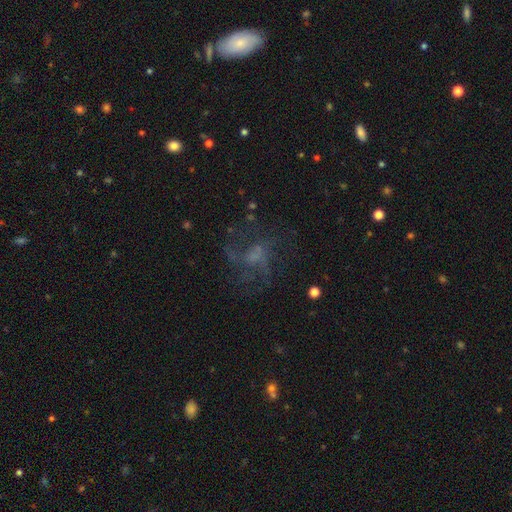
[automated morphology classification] type=featured or disk (56%); edge-on=no (97%); bar=no (70%); spiral arms=yes (65%); bulge=none (46%); merging=none (55%).